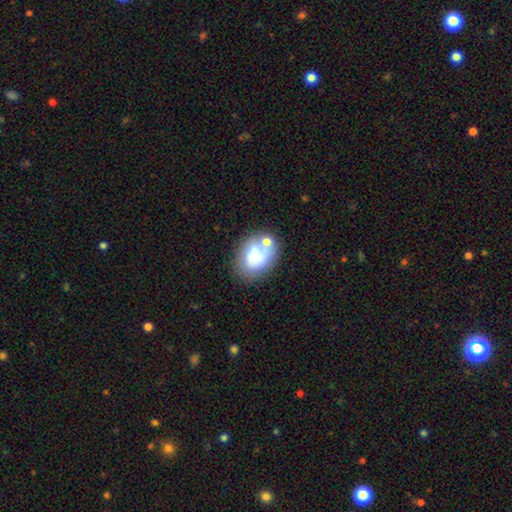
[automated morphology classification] A smooth galaxy with no disk features (68%) that is in between round and cigar-shaped (72%).

Vote fractions:
- Smooth or featured? smooth: 68% / featured or disk: 23% / star or artifact: 9%
- How rounded? in between: 72% / round: 27% / cigar-shaped: 1%
- Merging? none: 46% / merger: 23% / minor disturbance: 21% / major disturbance: 11%